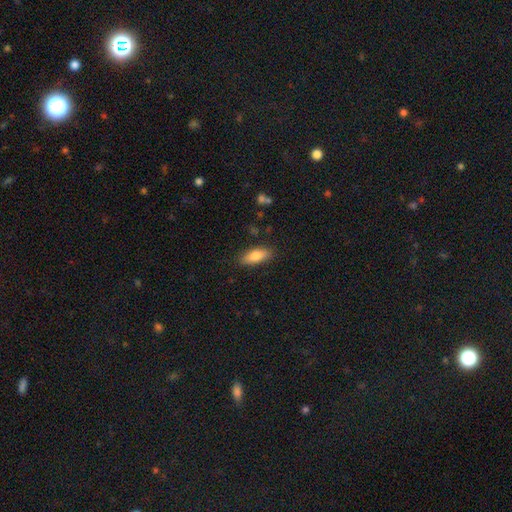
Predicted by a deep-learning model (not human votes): Smooth or featured? Predicted: smooth (p=0.80). How rounded? Predicted: in between (p=0.72). Merging? Predicted: none (p=0.86).